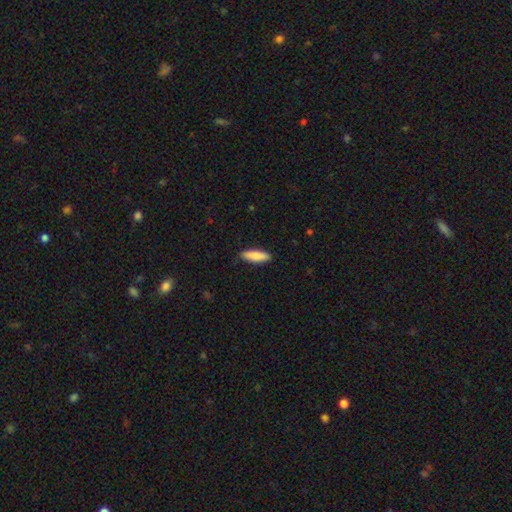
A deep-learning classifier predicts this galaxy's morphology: smooth-or-featured: smooth: 84% | featured or disk: 11% | star or artifact: 5%
  how-rounded: cigar-shaped: 56% | in between: 42% | round: 2%
  merging: none: 89% | minor disturbance: 9% | major disturbance: 2% | merger: 1%